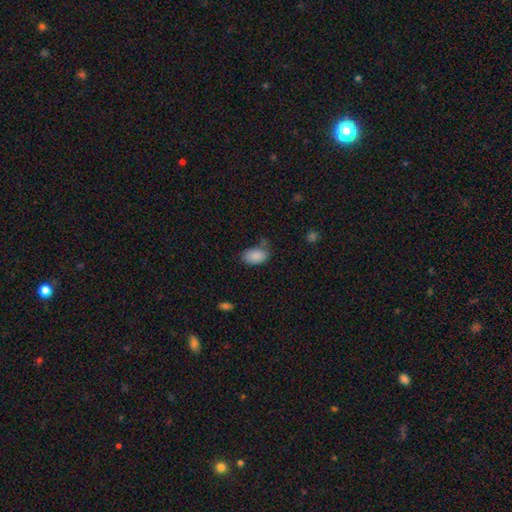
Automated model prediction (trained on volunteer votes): Smooth or featured: smooth — 87% (star or artifact — 8%)
How rounded: in between — 91% (round — 8%)
Merging: none — 62% (minor disturbance — 27%)